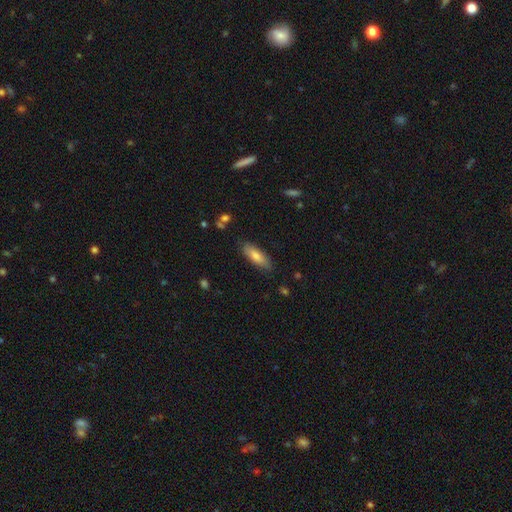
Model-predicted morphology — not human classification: This is likely a smooth galaxy (77%). How rounded: likely in between (63%). Merging: clearly none (84%).